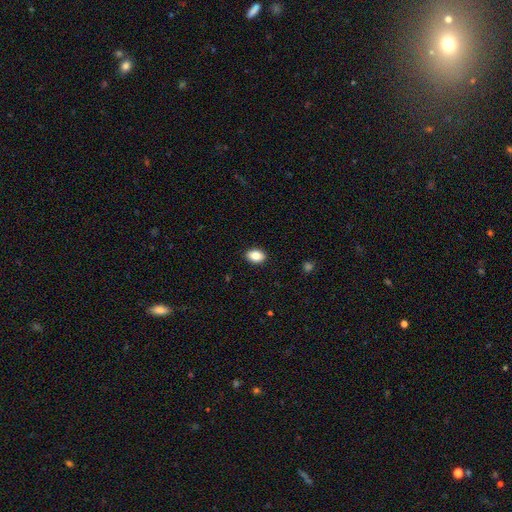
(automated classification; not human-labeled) smooth_or_featured: smooth (p=0.87) [alt: star or artifact p=0.08]
how_rounded: in between (p=0.80) [alt: round p=0.19]
merging: none (p=0.90) [alt: minor disturbance p=0.07]